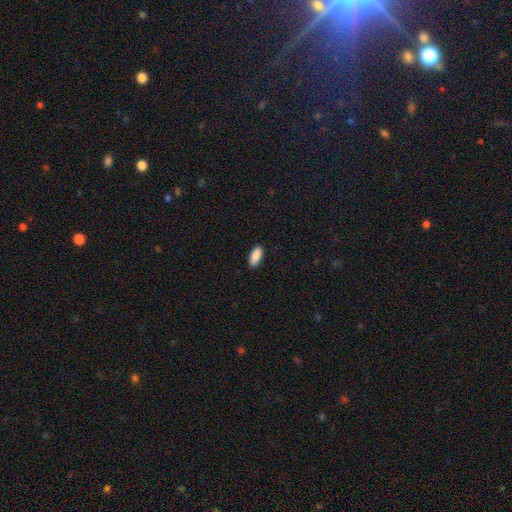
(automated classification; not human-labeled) smooth 91%, star or artifact 6%, featured or disk 3%. Down the decision tree: how rounded — in between (88%); merging — none (89%).